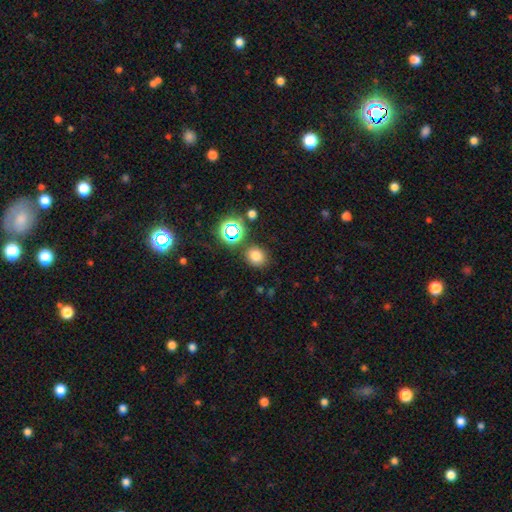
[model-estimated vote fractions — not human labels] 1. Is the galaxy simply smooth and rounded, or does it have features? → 74% smooth, 20% star or artifact, 6% featured or disk.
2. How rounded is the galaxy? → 71% round, 28% in between, 1% cigar-shaped.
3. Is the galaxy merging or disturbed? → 81% none, 10% minor disturbance, 5% merger, 3% major disturbance.